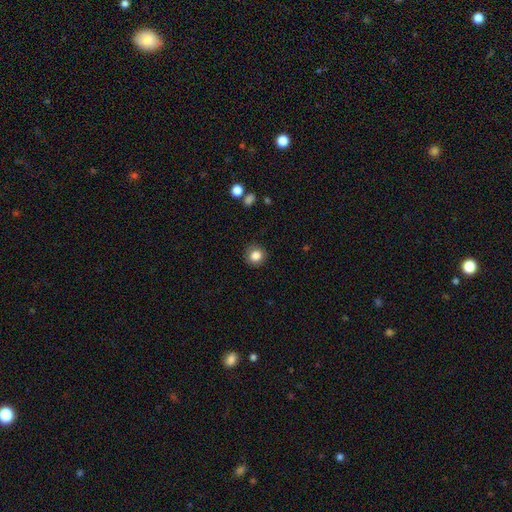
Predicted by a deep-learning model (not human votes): smooth 84%, star or artifact 10%, featured or disk 6%. Down the decision tree: how rounded — round (88%); merging — none (88%).